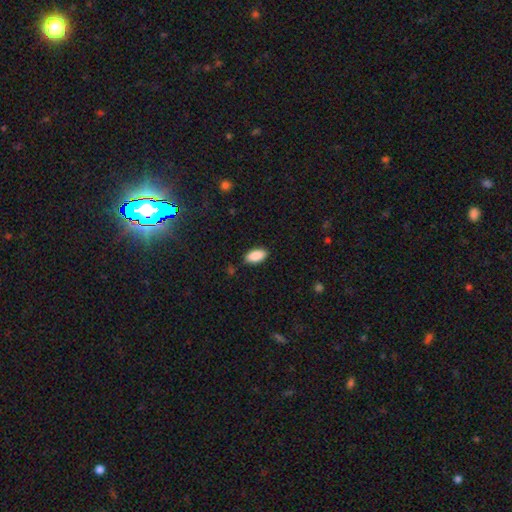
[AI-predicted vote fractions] Overall: smooth (90%). How rounded: in between (93%). Merging: none (87%).